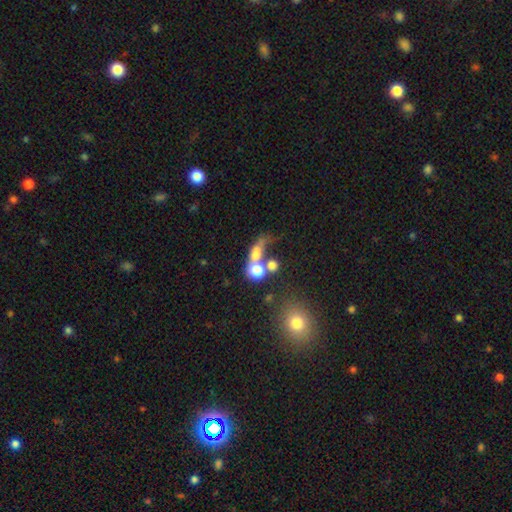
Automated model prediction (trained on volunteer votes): Morphology: type=smooth (60%); roundness=round (56%); merging=merger (52%).